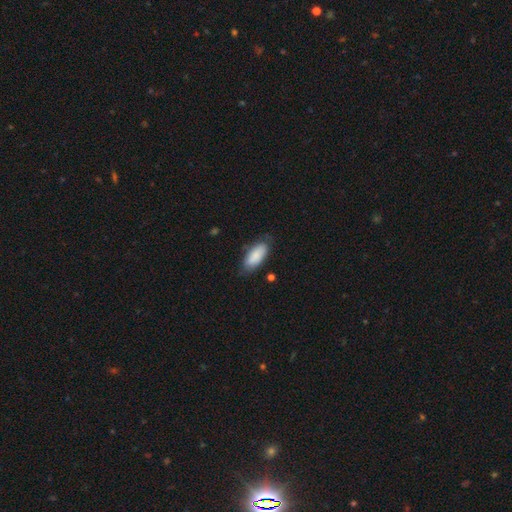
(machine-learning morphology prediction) Q: Smooth or featured?
A: smooth (86%); runner-up: featured or disk (8%)
Q: How rounded?
A: in between (85%); runner-up: cigar-shaped (13%)
Q: Merging?
A: none (74%); runner-up: minor disturbance (20%)